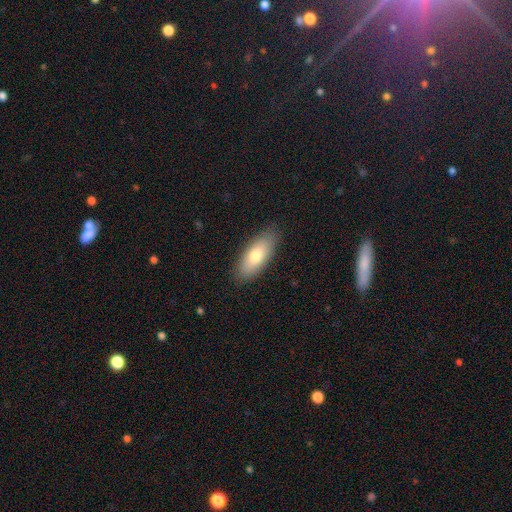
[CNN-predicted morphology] The model was most divided on "smooth or featured": smooth: 74%, featured or disk: 19%, star or artifact: 7%. More confident: merging — none (88%); how rounded — in between (78%).